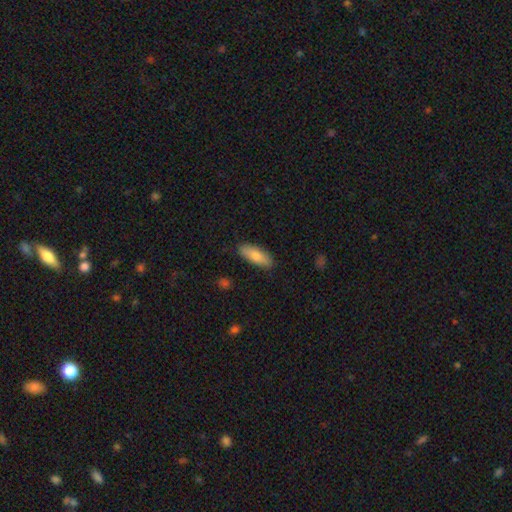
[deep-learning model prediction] Q: Smooth or featured?
A: smooth (80%); runner-up: featured or disk (14%)
Q: How rounded?
A: in between (70%); runner-up: cigar-shaped (28%)
Q: Merging?
A: none (86%); runner-up: minor disturbance (10%)